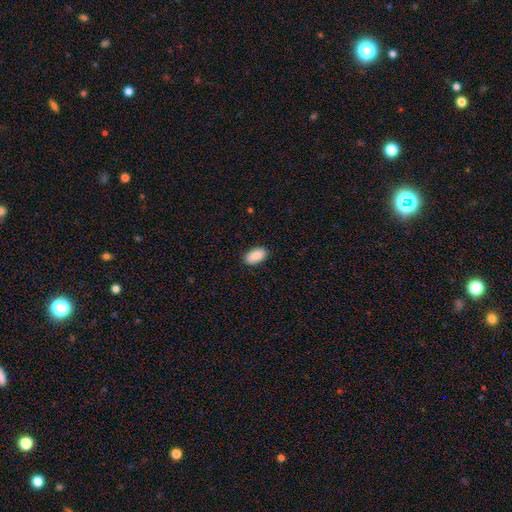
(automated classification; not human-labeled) This appears to be a smooth galaxy with no disk features (88%) that is in between round and cigar-shaped (93%). Merging: none (87%).